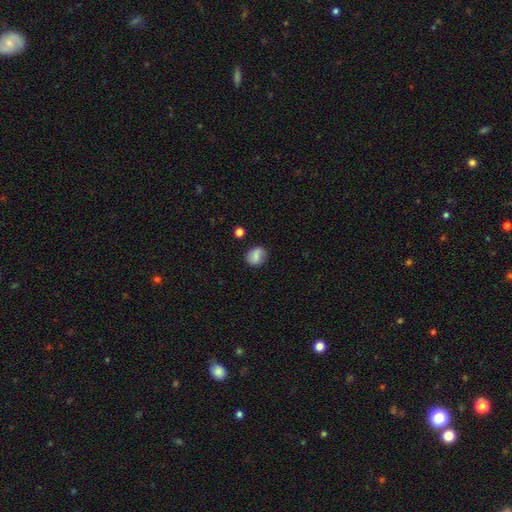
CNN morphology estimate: Overall: smooth (76%). How rounded: round (62%; in between 37%). Merging: none (79%).